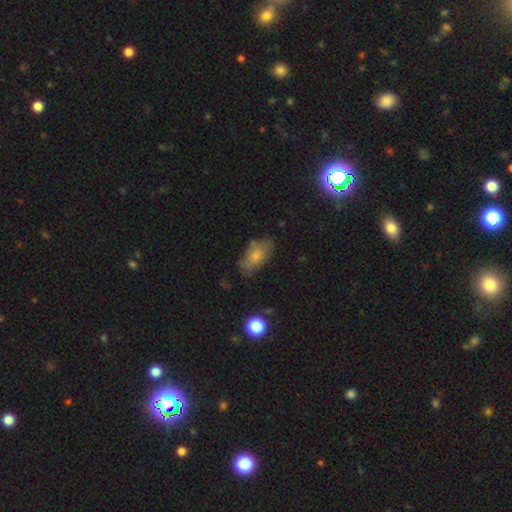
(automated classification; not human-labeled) The model was most divided on "merging": none: 60%, minor disturbance: 27%, major disturbance: 9%, merger: 3%. More confident: how rounded — in between (91%); smooth or featured — smooth (71%).